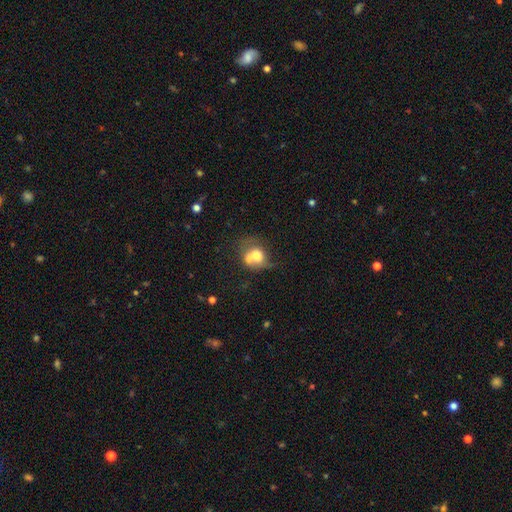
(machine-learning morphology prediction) type=smooth (60%); roundness=round (57%); merging=merger (57%).